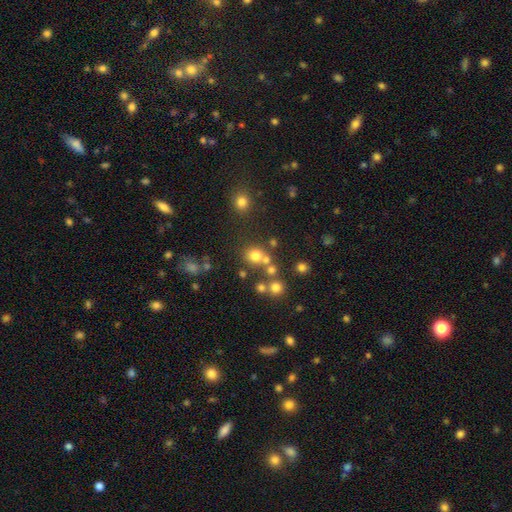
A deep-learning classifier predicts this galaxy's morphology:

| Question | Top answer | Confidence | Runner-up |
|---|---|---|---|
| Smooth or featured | smooth | 72% | star or artifact (18%) |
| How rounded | round | 84% | in between (15%) |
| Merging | none | 63% | merger (22%) |